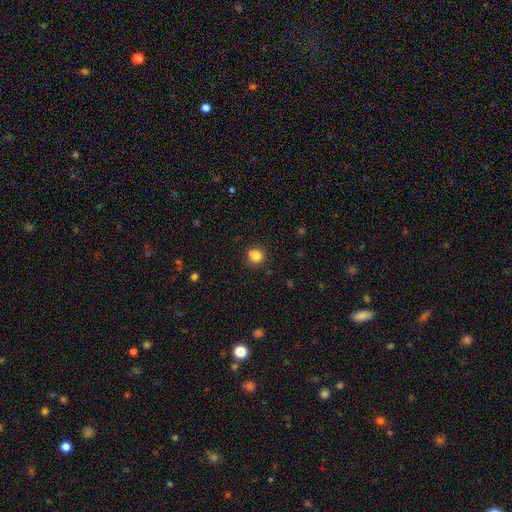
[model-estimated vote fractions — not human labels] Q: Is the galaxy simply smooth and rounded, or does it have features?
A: smooth — 81%.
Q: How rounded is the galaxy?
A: round — 85%.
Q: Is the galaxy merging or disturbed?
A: none — 66%.